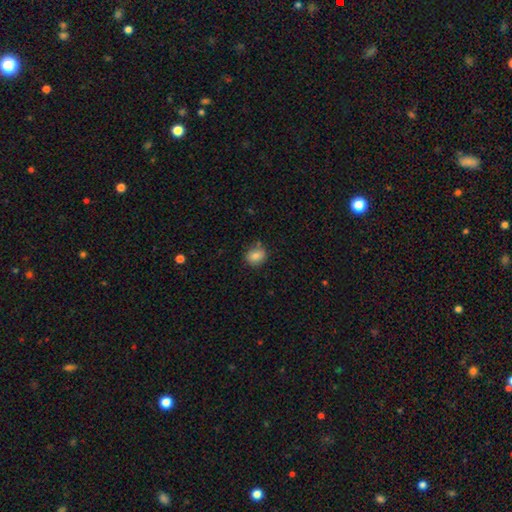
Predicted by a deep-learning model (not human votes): A smooth galaxy with no disk features (83%) that is round (67%).

Vote fractions:
- Smooth or featured? smooth: 83% / star or artifact: 10% / featured or disk: 7%
- How rounded? round: 67% / in between: 32% / cigar-shaped: 1%
- Merging? none: 76% / minor disturbance: 17% / merger: 4% / major disturbance: 3%